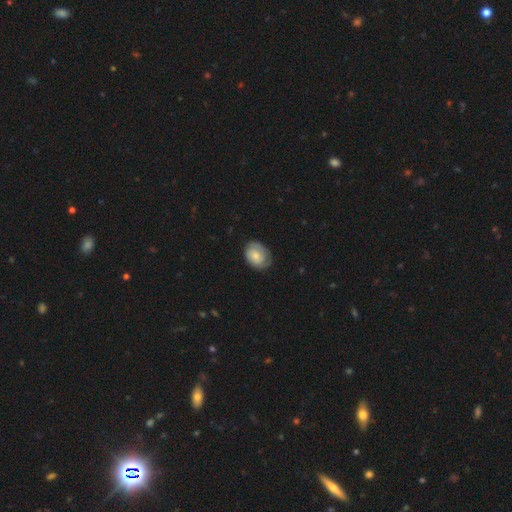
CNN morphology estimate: smooth_or_featured: smooth (p=0.63) [alt: featured or disk p=0.31]
how_rounded: in between (p=0.67) [alt: round p=0.32]
merging: none (p=0.69) [alt: minor disturbance p=0.24]